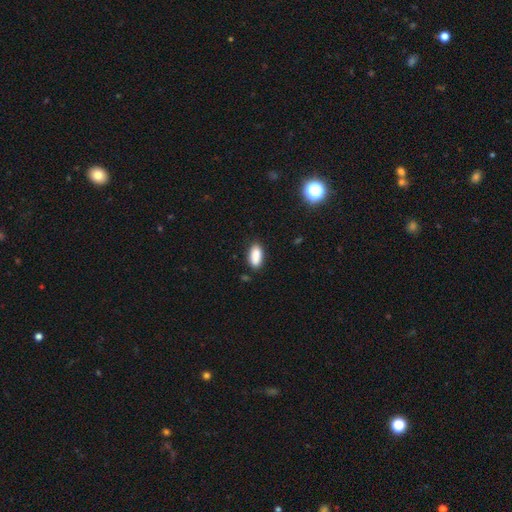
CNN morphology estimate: Smooth or featured?
  - smooth: 89% *
  - star or artifact: 7%
  - featured or disk: 4%
How rounded?
  - in between: 90% *
  - cigar-shaped: 7%
  - round: 3%
Merging?
  - none: 83% *
  - minor disturbance: 13%
  - major disturbance: 2%
  - merger: 2%